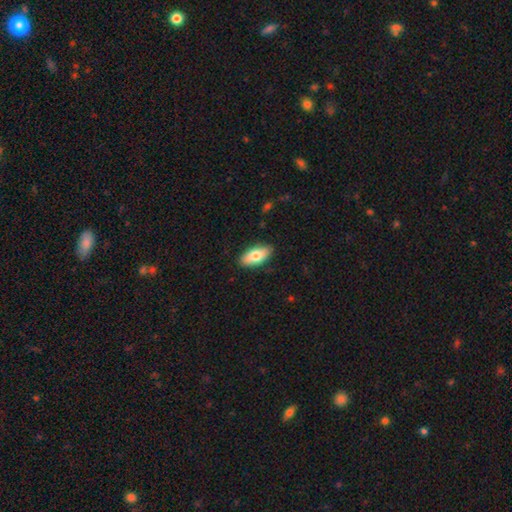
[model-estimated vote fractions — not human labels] A smooth galaxy with no disk features (76%) that is in between round and cigar-shaped (90%). Merging: none (88%).